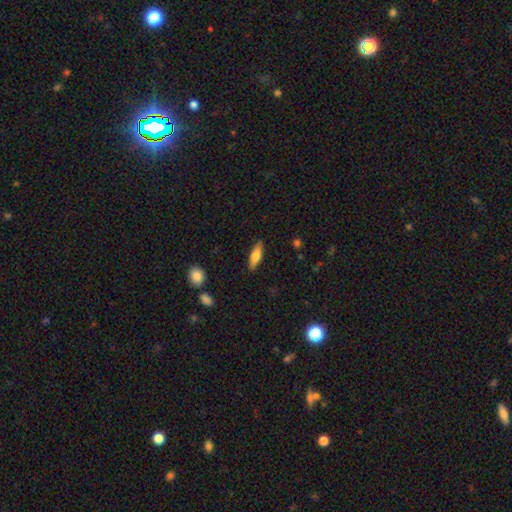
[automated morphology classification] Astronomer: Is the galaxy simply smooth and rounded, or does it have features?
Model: smooth — 68%.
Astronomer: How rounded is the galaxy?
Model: cigar-shaped — 50% (runner-up: in between, 48%).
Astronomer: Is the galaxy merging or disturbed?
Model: none — 87%.